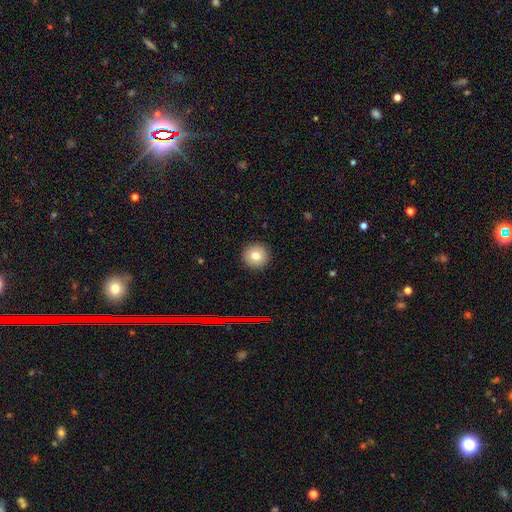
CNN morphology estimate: Overall: smooth (80%). How rounded: round (95%). Merging: none (92%).